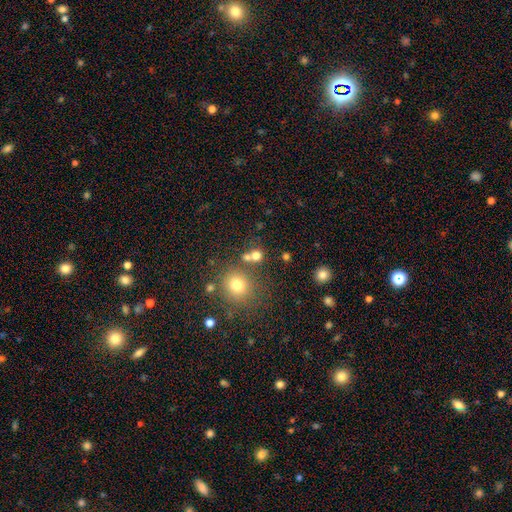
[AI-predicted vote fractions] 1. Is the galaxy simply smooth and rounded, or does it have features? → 73% smooth, 18% star or artifact, 9% featured or disk.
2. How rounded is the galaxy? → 85% round, 14% in between, 1% cigar-shaped.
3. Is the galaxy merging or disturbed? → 62% none, 25% merger, 8% minor disturbance, 4% major disturbance.